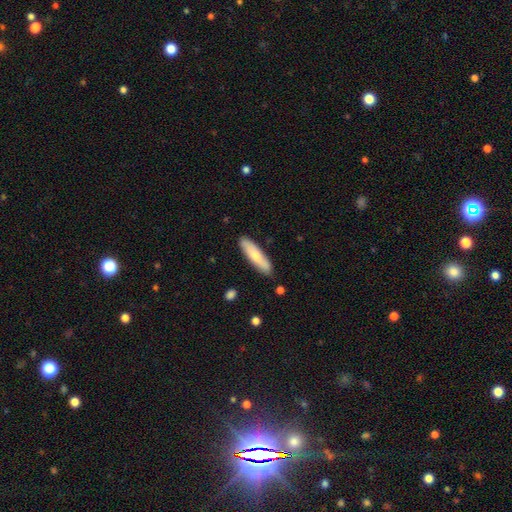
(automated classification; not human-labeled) smooth-or-featured: smooth: 68% | featured or disk: 27% | star or artifact: 5%
  how-rounded: cigar-shaped: 70% | in between: 28% | round: 2%
  merging: none: 85% | minor disturbance: 11% | major disturbance: 2% | merger: 2%